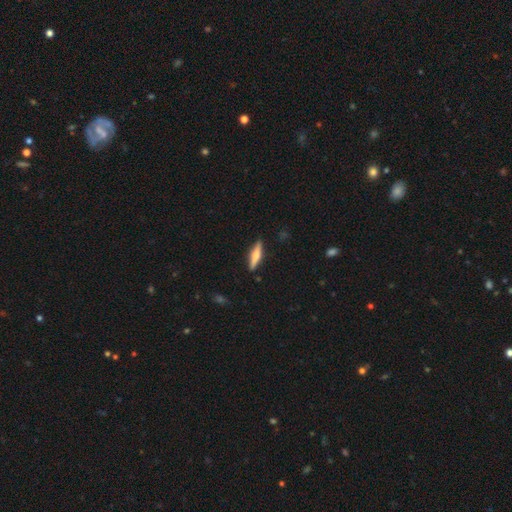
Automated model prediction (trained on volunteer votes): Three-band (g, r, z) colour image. It shows a featured or disk galaxy (50%) viewed edge-on (96%). Merging: none (89%).